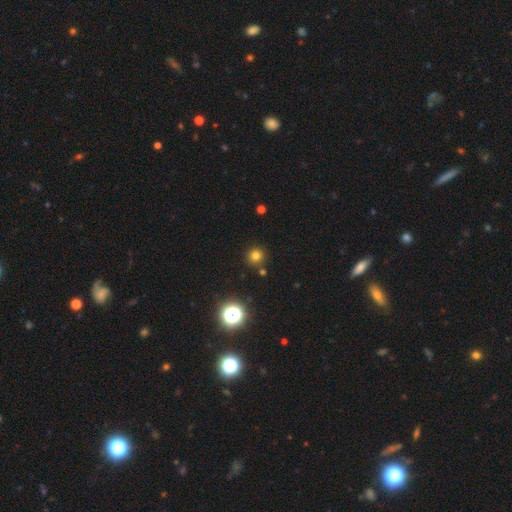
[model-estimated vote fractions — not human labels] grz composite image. It shows a smooth galaxy with no disk features (74%) that is round (95%). Merging: none (87%).